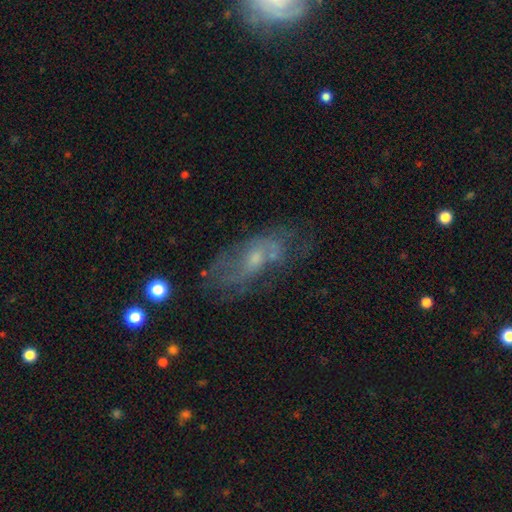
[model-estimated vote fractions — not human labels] This is likely a featured or disk galaxy (60%). It is clearly not viewed edge-on (89%). Bar: likely no (69%). Spiral arm pattern: possibly yes (56%). Central bulge: possibly small (52%). Merging: possibly none (51%).